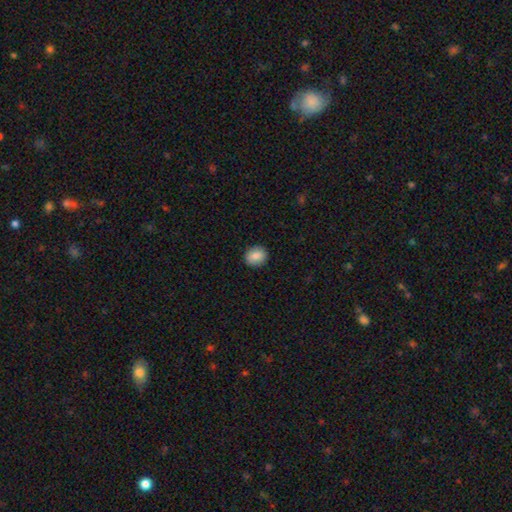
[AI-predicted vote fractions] A smooth galaxy with no disk features (84%) that is round (75%). Merging: none (91%).